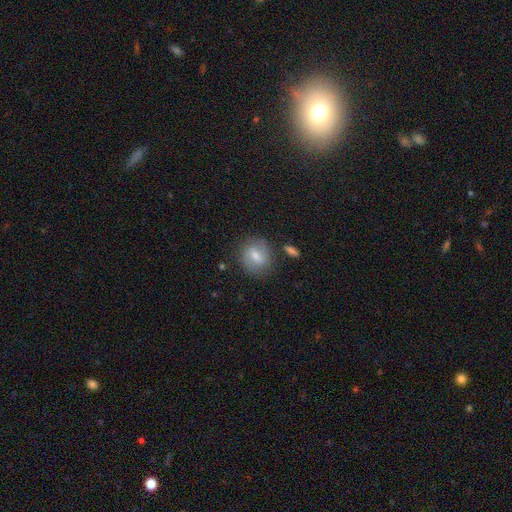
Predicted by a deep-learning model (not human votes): Smooth or featured: smooth — 59% (featured or disk — 33%)
How rounded: round — 62% (in between — 35%)
Merging: none — 76% (minor disturbance — 15%)